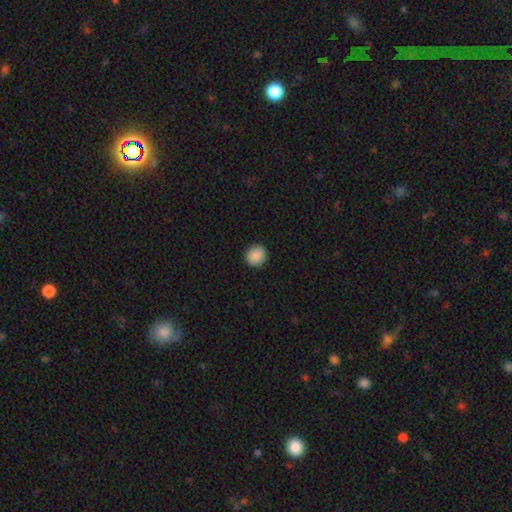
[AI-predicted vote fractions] A smooth galaxy with no disk features (89%) that is round (88%). Merging: none (92%).